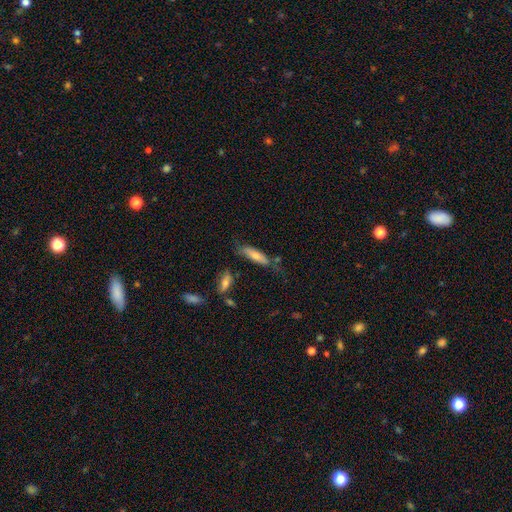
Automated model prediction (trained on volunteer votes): Morphology: type=smooth (74%); roundness=cigar-shaped (64%); merging=none (60%).